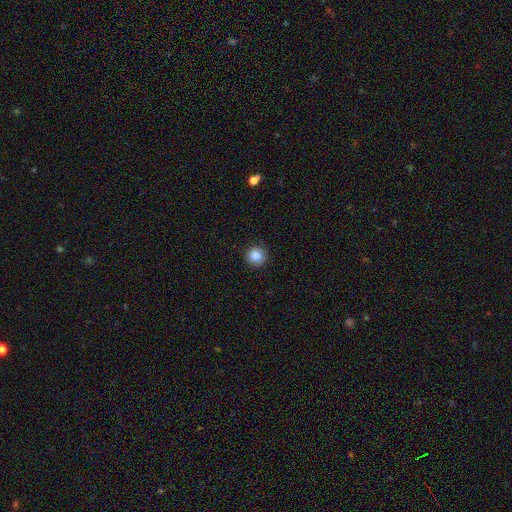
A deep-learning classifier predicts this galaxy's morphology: This appears to be a smooth galaxy with no disk features (87%) that is round (93%). Merging: none (89%).